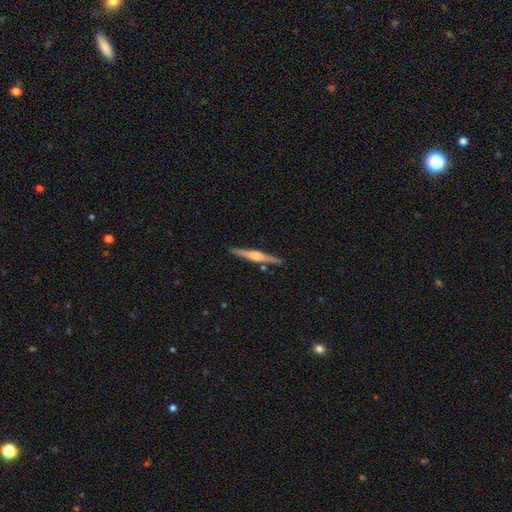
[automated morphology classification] This appears to be a featured or disk galaxy (73%) viewed edge-on (98%) with a rounded central bulge (75%). Merging: none (90%).